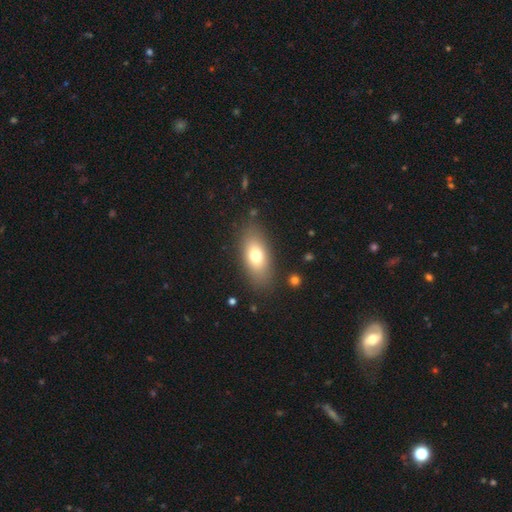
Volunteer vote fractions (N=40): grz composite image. It shows a smooth galaxy with no disk features (82%) that is in between round and cigar-shaped (82%). Merging: none (68%).